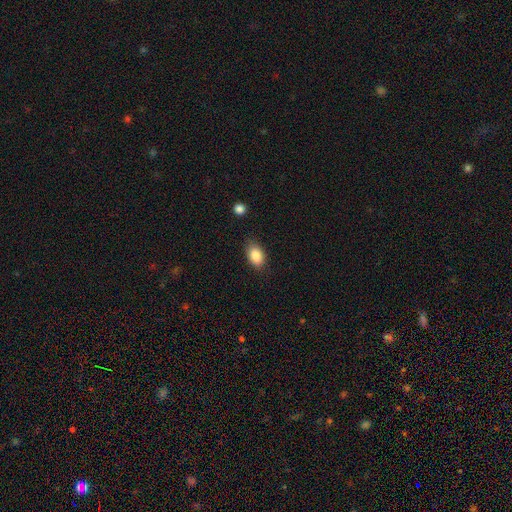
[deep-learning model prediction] Morphology: type=smooth (87%); roundness=in between (88%); merging=none (82%).